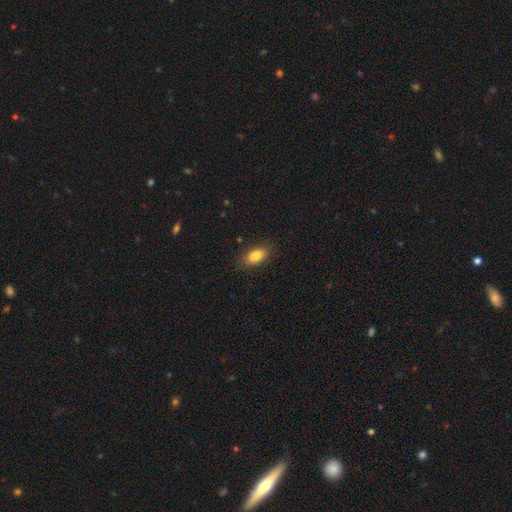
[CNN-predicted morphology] A smooth galaxy with no disk features (84%) that is in between round and cigar-shaped (89%).

Vote fractions:
- Smooth or featured? smooth: 84% / featured or disk: 8% / star or artifact: 8%
- How rounded? in between: 89% / cigar-shaped: 6% / round: 5%
- Merging? none: 86% / minor disturbance: 10% / major disturbance: 3% / merger: 1%